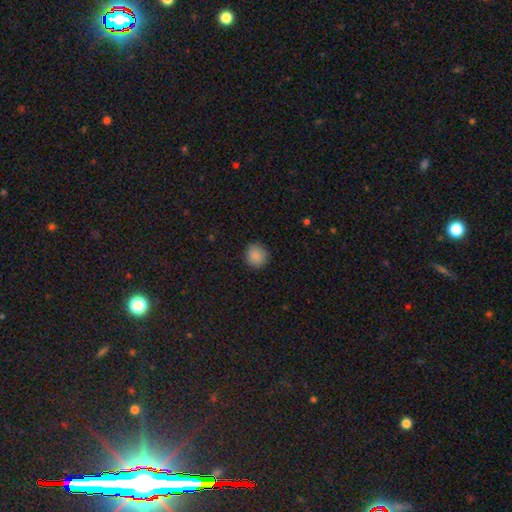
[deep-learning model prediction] Smooth or featured?
  - smooth: 87% *
  - star or artifact: 9%
  - featured or disk: 3%
How rounded?
  - round: 88% *
  - in between: 11%
  - cigar-shaped: 1%
Merging?
  - none: 87% *
  - minor disturbance: 9%
  - major disturbance: 2%
  - merger: 1%